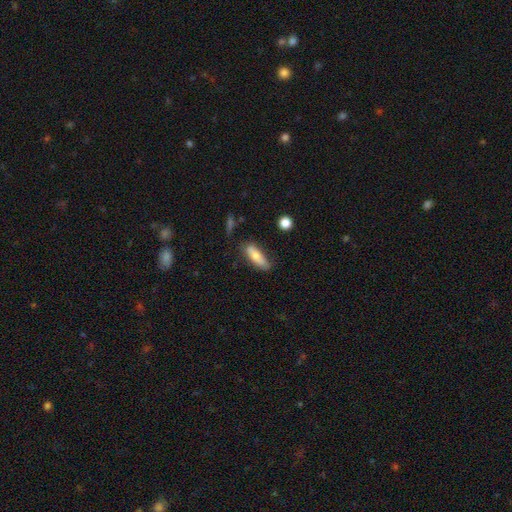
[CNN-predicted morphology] Smooth or featured? smooth (74%)
How rounded? in between (56%)
Merging? none (71%)